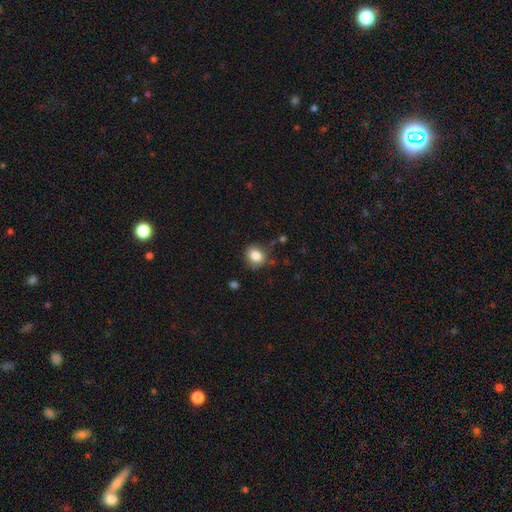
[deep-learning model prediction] Smooth or featured? smooth (83%)
How rounded? round (72%)
Merging? none (76%)